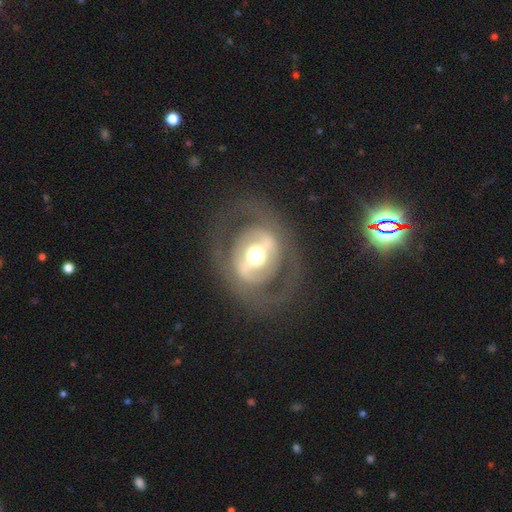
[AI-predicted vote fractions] smooth-or-featured: featured or disk: 70% | smooth: 23% | star or artifact: 7%
  disk-edge-on: no: 92% | yes: 8%
    bar: strong: 51% | no: 26% | weak: 24%
    has-spiral-arms: no: 70% | yes: 30%
    bulge-size: moderate: 59% | large: 31% | small: 5% | dominant: 5% | none: 1%
  merging: none: 74% | major disturbance: 13% | minor disturbance: 11% | merger: 1%